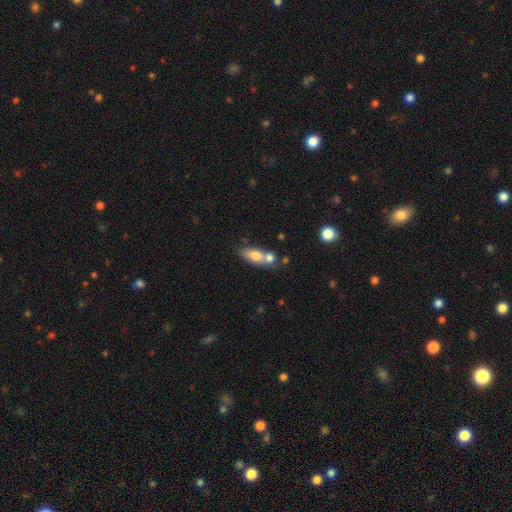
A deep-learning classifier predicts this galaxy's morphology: Smooth or featured? Predicted: smooth (p=0.75). How rounded? Predicted: in between (p=0.75). Merging? Predicted: merger (p=0.42).